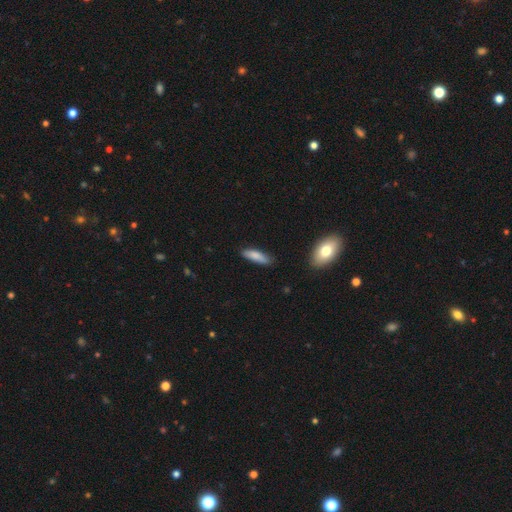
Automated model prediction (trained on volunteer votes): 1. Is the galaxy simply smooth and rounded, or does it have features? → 83% smooth, 11% featured or disk, 6% star or artifact.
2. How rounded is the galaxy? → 59% cigar-shaped, 39% in between, 2% round.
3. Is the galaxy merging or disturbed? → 83% none, 13% minor disturbance, 2% major disturbance, 2% merger.